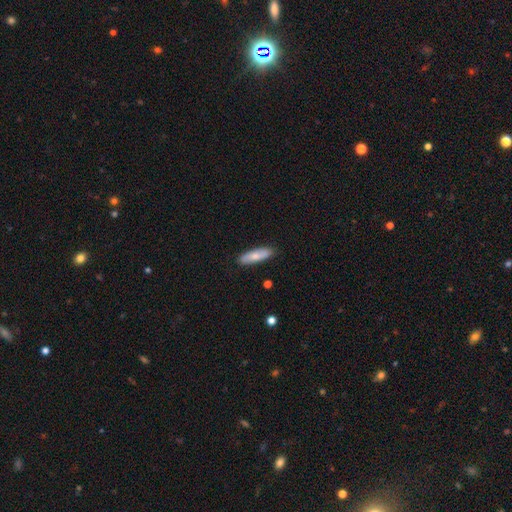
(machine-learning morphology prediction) smooth_or_featured: smooth (p=0.70) [alt: featured or disk p=0.24]
how_rounded: cigar-shaped (p=0.55) [alt: in between p=0.43]
merging: none (p=0.87) [alt: minor disturbance p=0.10]